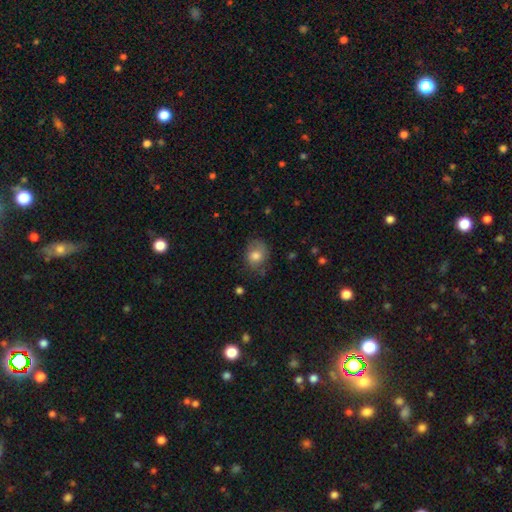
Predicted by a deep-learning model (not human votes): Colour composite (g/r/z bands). It shows a smooth galaxy with no disk features (75%) that is round (50%). Merging: none (58%).